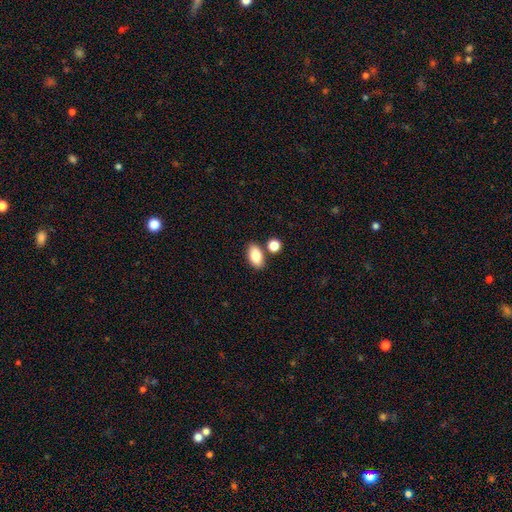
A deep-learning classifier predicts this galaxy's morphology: type=smooth (84%); roundness=in between (90%); merging=none (76%).